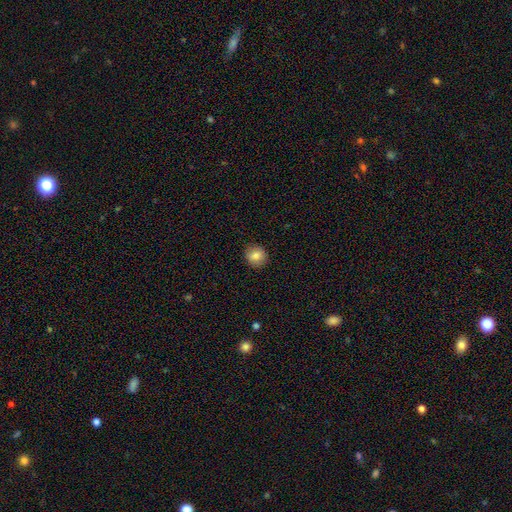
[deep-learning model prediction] A smooth galaxy with no disk features (84%) that is round (89%). Merging: none (90%).